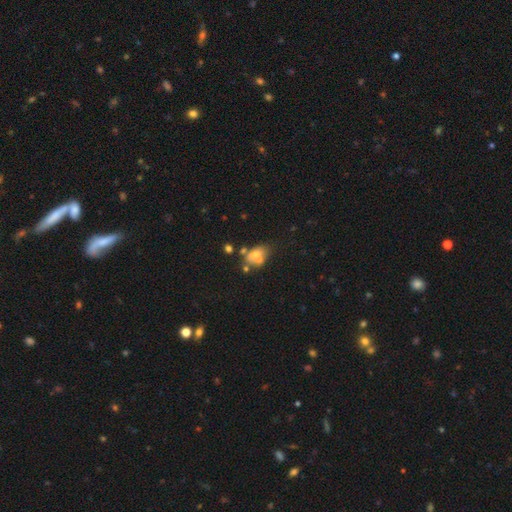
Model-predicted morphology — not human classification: smooth-or-featured: smooth: 60% | featured or disk: 27% | star or artifact: 13%
  how-rounded: in between: 71% | round: 27% | cigar-shaped: 2%
  merging: none: 33% | merger: 29% | minor disturbance: 23% | major disturbance: 15%